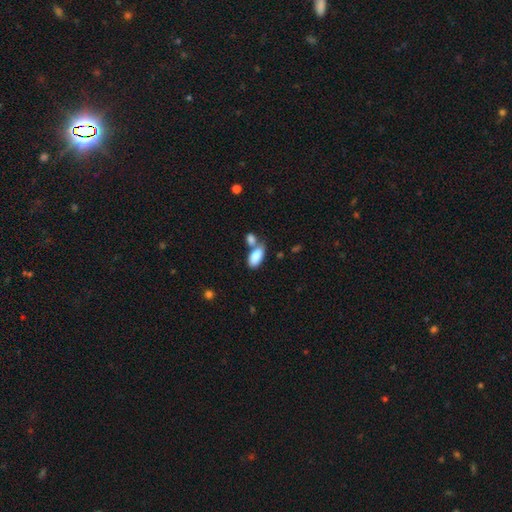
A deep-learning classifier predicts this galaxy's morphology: This appears to be a smooth galaxy with no disk features (84%) that is in between round and cigar-shaped (91%). Merging: merger (43%).